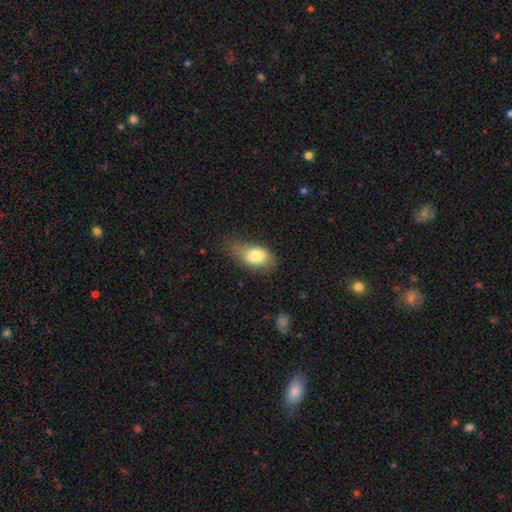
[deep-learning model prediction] Smooth or featured? Predicted: smooth (p=0.78). How rounded? Predicted: in between (p=0.89). Merging? Predicted: none (p=0.45).